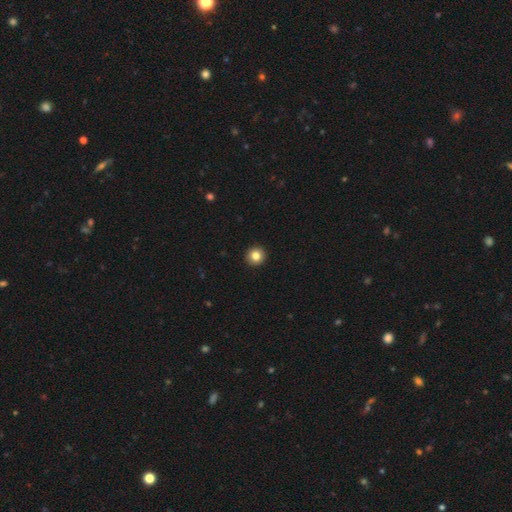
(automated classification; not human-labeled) Smooth or featured? smooth (83%)
How rounded? round (95%)
Merging? none (94%)